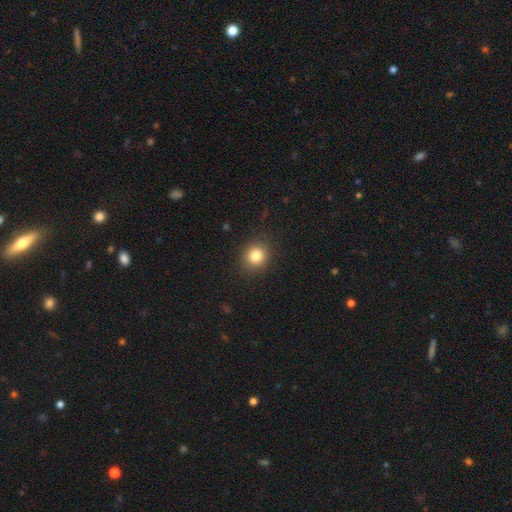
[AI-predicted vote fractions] smooth_or_featured: smooth (p=0.82) [alt: star or artifact p=0.11]
how_rounded: round (p=0.82) [alt: in between p=0.17]
merging: none (p=0.88) [alt: minor disturbance p=0.08]